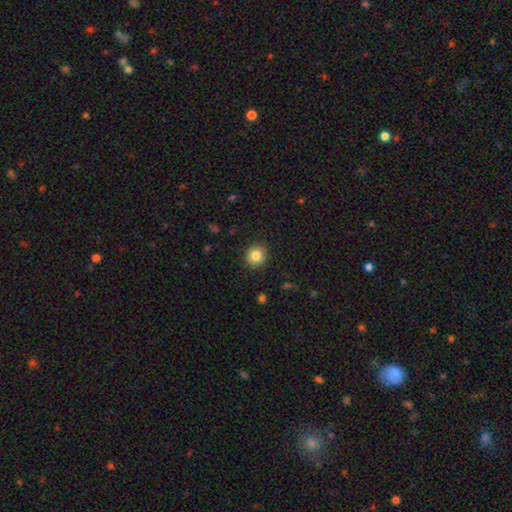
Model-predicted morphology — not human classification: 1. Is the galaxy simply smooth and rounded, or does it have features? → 84% smooth, 10% star or artifact, 6% featured or disk.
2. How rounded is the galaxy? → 93% round, 6% in between, 1% cigar-shaped.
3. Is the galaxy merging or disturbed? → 91% none, 6% minor disturbance, 2% major disturbance, 1% merger.